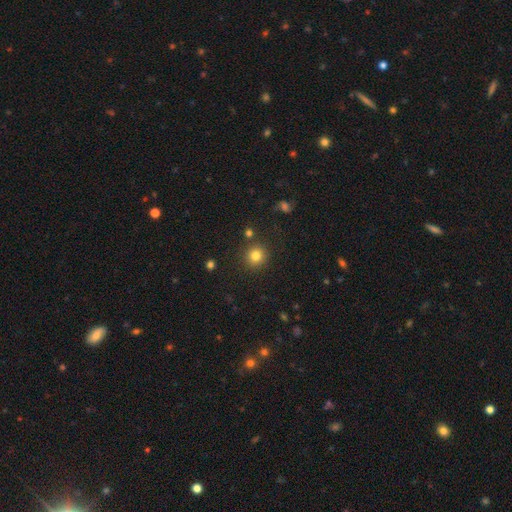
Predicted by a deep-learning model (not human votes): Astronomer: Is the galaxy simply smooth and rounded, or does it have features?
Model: smooth — 81%.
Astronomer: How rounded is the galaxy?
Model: round — 92%.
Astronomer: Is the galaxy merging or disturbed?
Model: none — 86%.